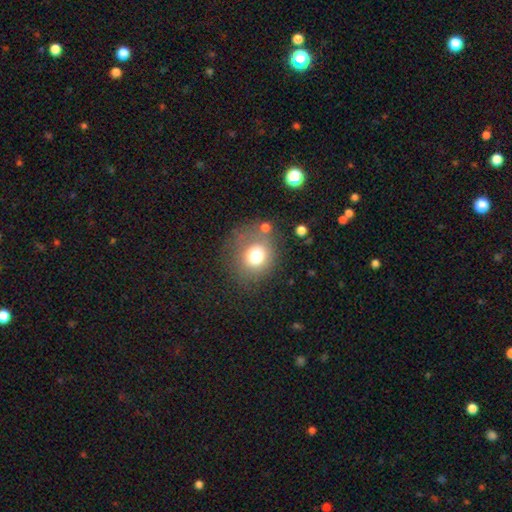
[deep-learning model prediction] This appears to be a smooth galaxy with no disk features (74%) that is round (78%). Merging: none (66%).